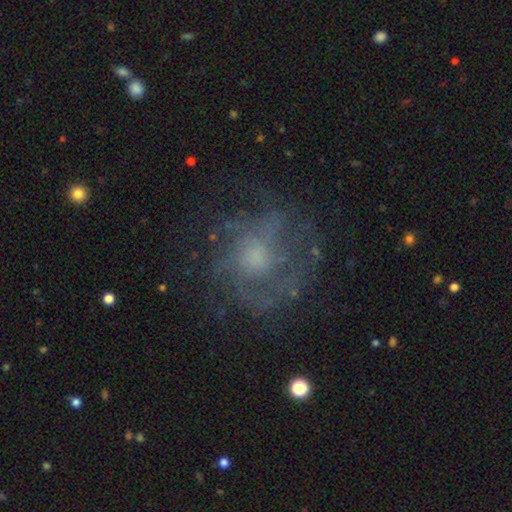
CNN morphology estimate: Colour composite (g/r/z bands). It shows a featured or disk galaxy (70%) with no bar (78%), medium (40%, tied with tight) spiral arms (79%) and a moderate central bulge (44%). Merging: none (64%).